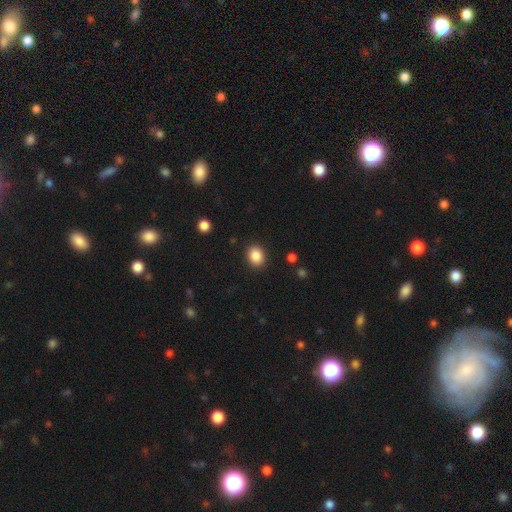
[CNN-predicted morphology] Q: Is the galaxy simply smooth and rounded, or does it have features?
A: smooth — 88%.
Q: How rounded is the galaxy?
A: in between — 51%.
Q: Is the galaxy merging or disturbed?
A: none — 89%.